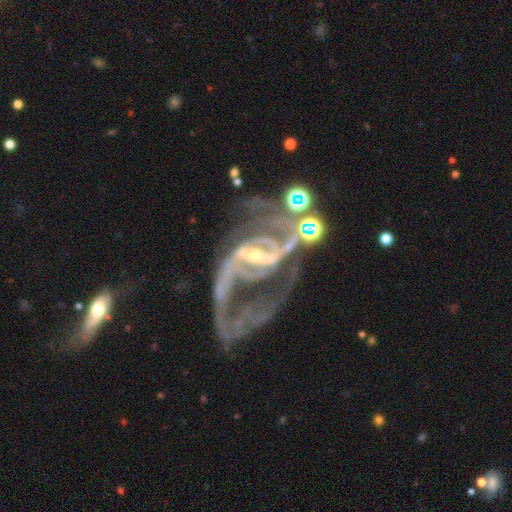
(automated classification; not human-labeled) Smooth or featured? Predicted: featured or disk (p=0.92). Edge-on disk? Predicted: no (p=0.97). Bar? Predicted: strong (p=0.66). Spiral arms? Predicted: yes (p=0.95). Spiral winding? Predicted: medium (p=0.50). Spiral arm count? Predicted: 2 (p=0.79). Bulge size? Predicted: small (p=0.60). Merging? Predicted: major disturbance (p=0.40).